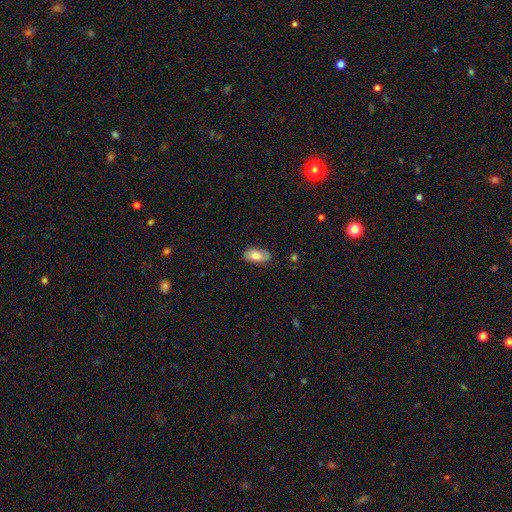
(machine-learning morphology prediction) Smooth or featured?
  - smooth: 74% *
  - featured or disk: 19%
  - star or artifact: 7%
How rounded?
  - in between: 93% *
  - round: 4%
  - cigar-shaped: 3%
Merging?
  - none: 81% *
  - minor disturbance: 15%
  - major disturbance: 3%
  - merger: 1%